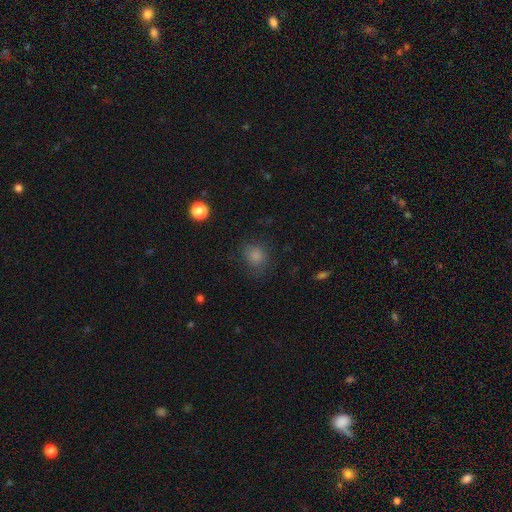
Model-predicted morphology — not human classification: Smooth or featured? smooth (82%)
How rounded? round (75%)
Merging? none (73%)